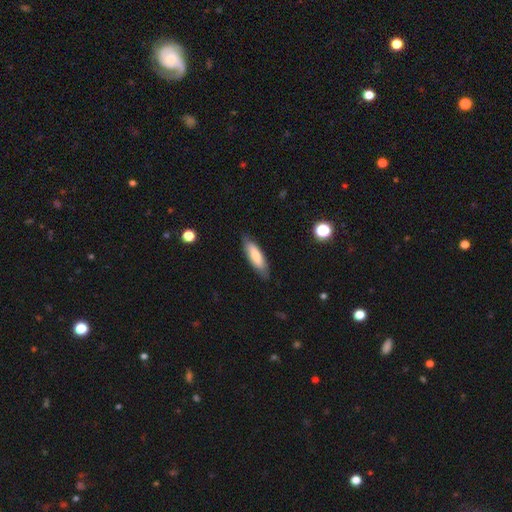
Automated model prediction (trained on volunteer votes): The model was most divided on "how rounded": cigar-shaped: 54%, in between: 44%, round: 2%. More confident: merging — none (83%); smooth or featured — smooth (75%).